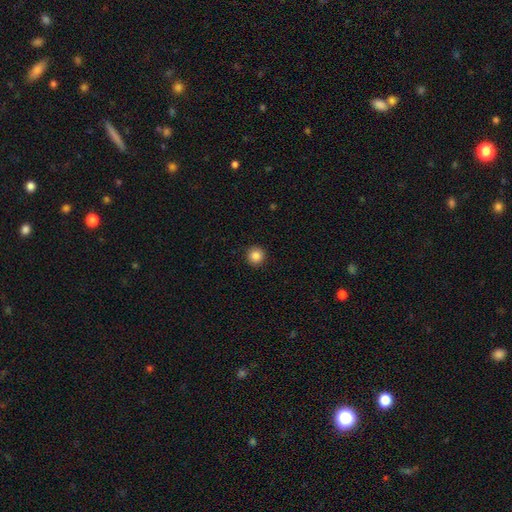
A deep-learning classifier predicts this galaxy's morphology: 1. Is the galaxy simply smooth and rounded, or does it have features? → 85% smooth, 10% star or artifact, 5% featured or disk.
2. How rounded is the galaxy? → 95% round, 4% in between, 1% cigar-shaped.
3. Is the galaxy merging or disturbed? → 93% none, 4% minor disturbance, 1% major disturbance, 1% merger.